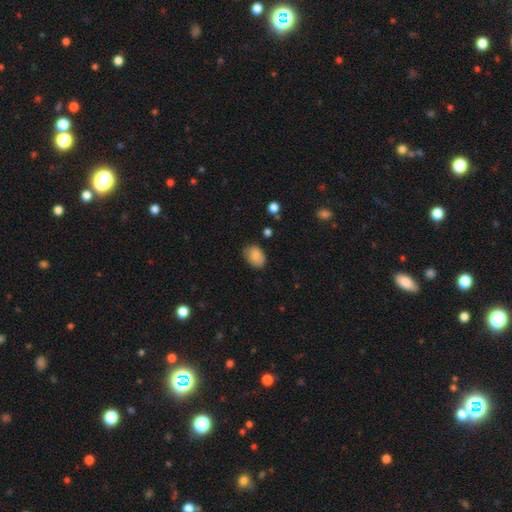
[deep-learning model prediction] smooth_or_featured: smooth (p=0.83) [alt: featured or disk p=0.09]
how_rounded: in between (p=0.74) [alt: round p=0.25]
merging: none (p=0.75) [alt: minor disturbance p=0.20]